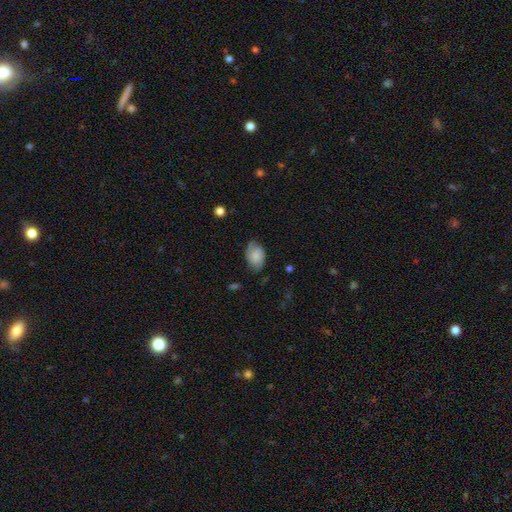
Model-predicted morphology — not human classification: A smooth galaxy with no disk features (68%) that is in between round and cigar-shaped (87%). Merging: none (61%).